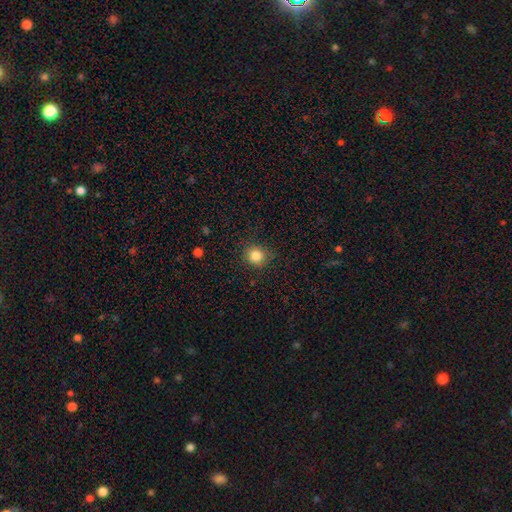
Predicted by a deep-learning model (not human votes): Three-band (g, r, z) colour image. It shows a smooth galaxy with no disk features (84%) that is round (86%). Merging: none (86%).